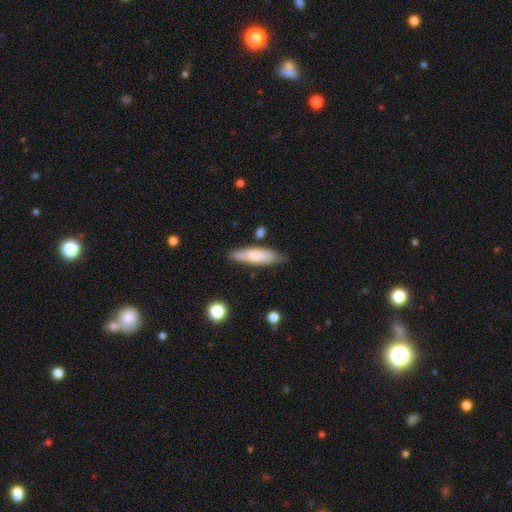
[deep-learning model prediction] This appears to be a smooth galaxy with no disk features (73%) that is cigar-shaped (63%). Merging: none (75%).